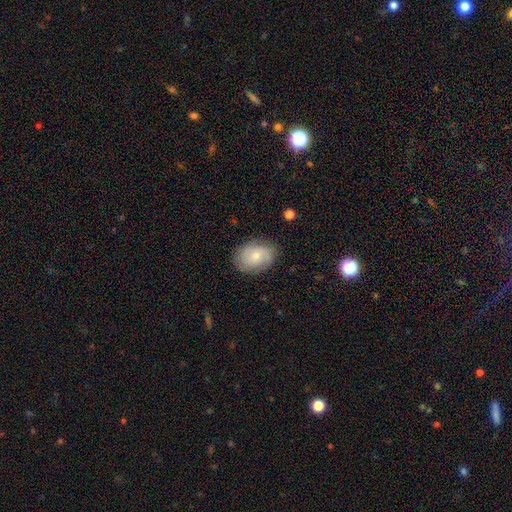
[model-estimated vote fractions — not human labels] Overall: smooth (62%; featured or disk 30%). How rounded: in between (74%). Merging: none (80%).